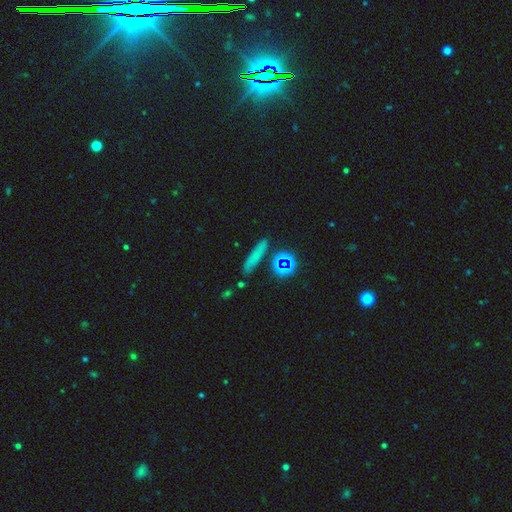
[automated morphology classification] Overall: smooth (53%; star or artifact 28%). How rounded: cigar-shaped (74%). Merging: none (79%).